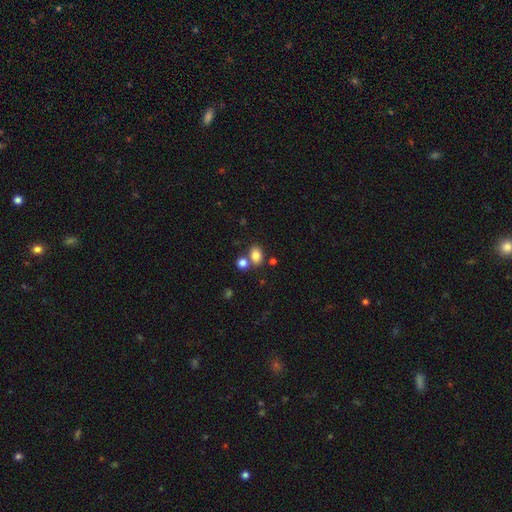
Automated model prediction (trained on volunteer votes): Smooth or featured: smooth — 82% (star or artifact — 11%)
How rounded: in between — 69% (round — 30%)
Merging: none — 61% (merger — 24%)